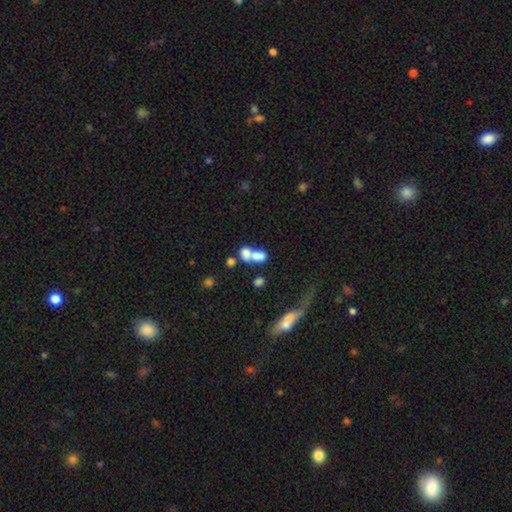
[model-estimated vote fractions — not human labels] Morphology: type=smooth (68%); roundness=in between (67%); merging=merger (71%).